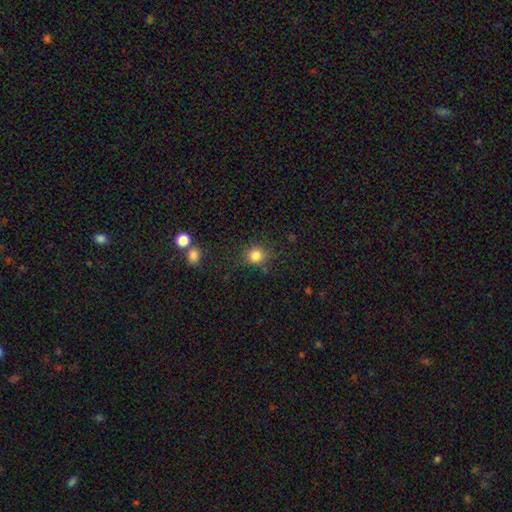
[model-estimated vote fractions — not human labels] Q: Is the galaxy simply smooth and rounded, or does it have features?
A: smooth — 83%.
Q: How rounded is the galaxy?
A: round — 84%.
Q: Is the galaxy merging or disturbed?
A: none — 80%.